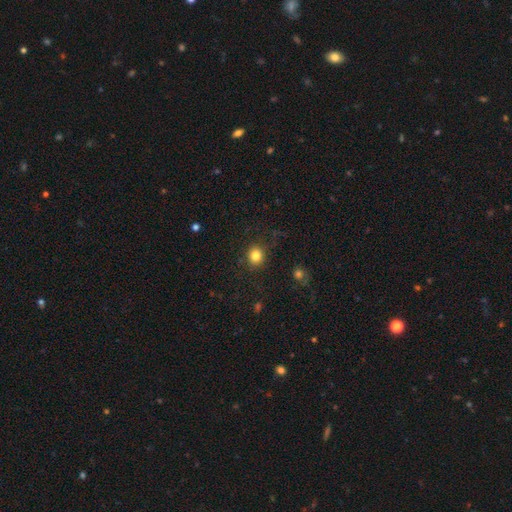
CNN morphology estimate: This is clearly a smooth galaxy (83%). How rounded: clearly round (86%). Merging: clearly none (88%).